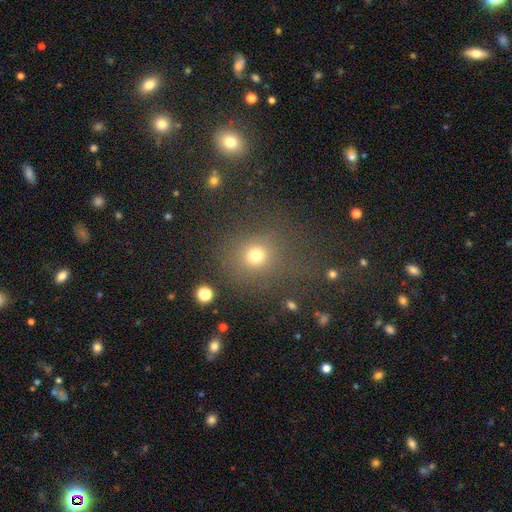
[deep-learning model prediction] smooth-or-featured: smooth: 71% | star or artifact: 20% | featured or disk: 9%
  how-rounded: round: 81% | in between: 18% | cigar-shaped: 1%
  merging: none: 72% | minor disturbance: 12% | major disturbance: 9% | merger: 7%